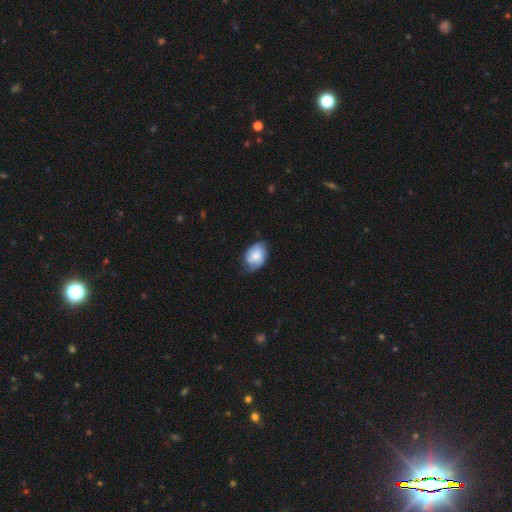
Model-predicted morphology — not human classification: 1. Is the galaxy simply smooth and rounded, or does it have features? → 67% smooth, 26% featured or disk, 7% star or artifact.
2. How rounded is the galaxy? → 77% in between, 22% round, 1% cigar-shaped.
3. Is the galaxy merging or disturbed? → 60% none, 32% minor disturbance, 7% major disturbance, 1% merger.